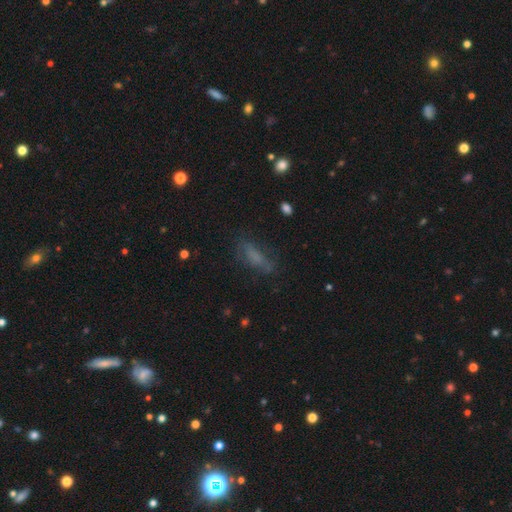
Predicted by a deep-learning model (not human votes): Smooth or featured? smooth (58%)
How rounded? in between (55%)
Merging? none (62%)